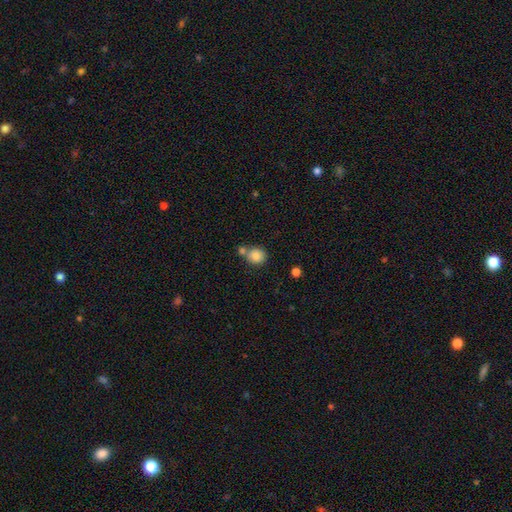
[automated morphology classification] This is clearly a smooth galaxy (84%). How rounded: clearly round (81%). Merging: possibly none (57%).